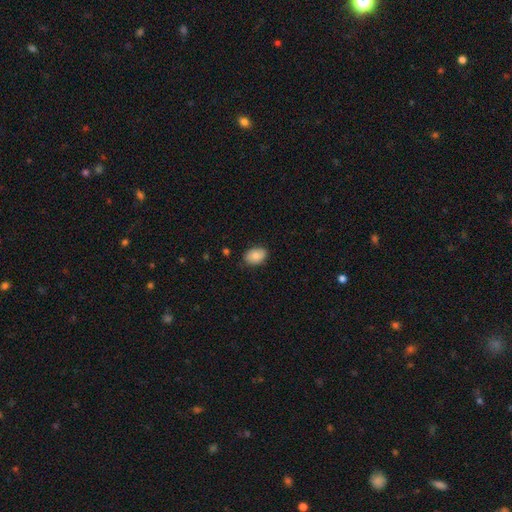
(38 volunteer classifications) smooth-or-featured: smooth: 74% | featured or disk: 18% | star or artifact: 8%
  how-rounded: in between: 96% | round: 4% | cigar-shaped: 0%
  merging: none: 94% | major disturbance: 3% | merger: 3% | minor disturbance: 0%